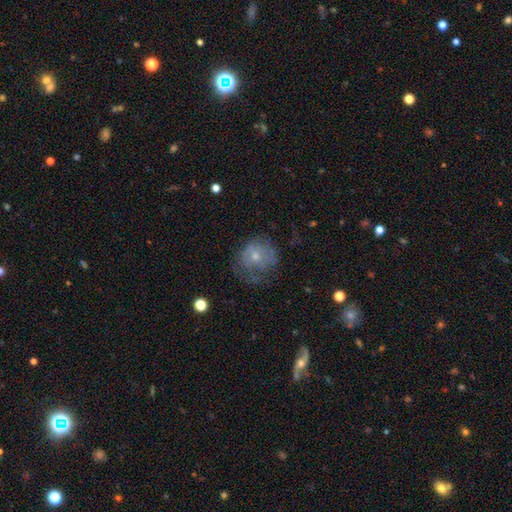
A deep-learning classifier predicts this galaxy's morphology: This appears to be a smooth galaxy with no disk features (47%). Merging: none (43%).